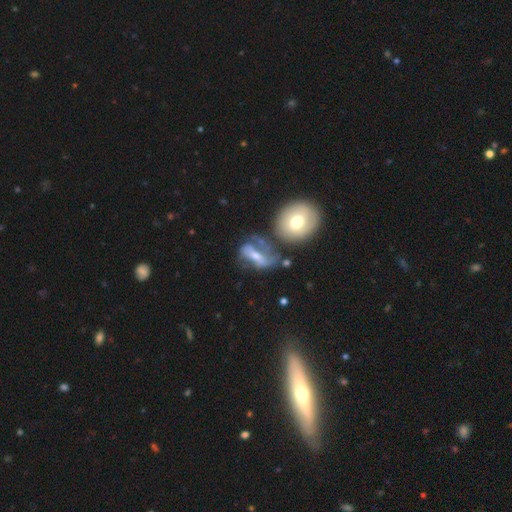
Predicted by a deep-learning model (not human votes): Overall: featured or disk (58%; smooth 31%). Edge-on disk: no (90%). Bar: no (36%; weak 33%). Spiral arms: yes (58%; no 42%). Bulge size: moderate (51%; small 40%). Merging: none (35%; merger 24%).